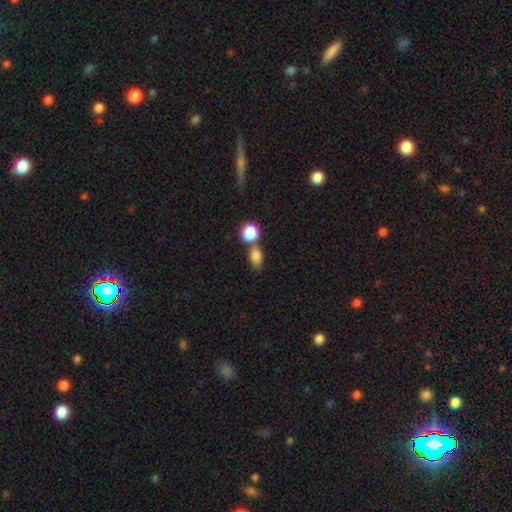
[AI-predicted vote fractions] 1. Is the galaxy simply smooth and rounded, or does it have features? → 82% smooth, 11% star or artifact, 8% featured or disk.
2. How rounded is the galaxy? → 71% in between, 26% round, 3% cigar-shaped.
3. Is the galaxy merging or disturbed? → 46% none, 38% merger, 11% minor disturbance, 4% major disturbance.